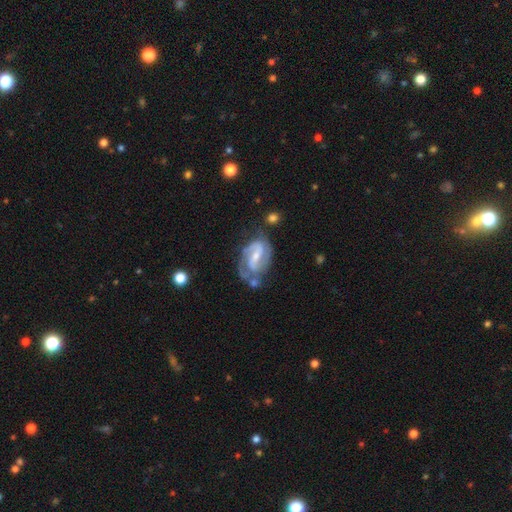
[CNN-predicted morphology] Smooth or featured?
  - featured or disk: 86% *
  - smooth: 9%
  - star or artifact: 5%
Edge-on disk?
  - no: 97% *
  - yes: 3%
Bar?
  - weak: 46% *
  - strong: 38%
  - no: 17%
Spiral arms?
  - yes: 95% *
  - no: 5%
Spiral winding?
  - medium: 50% *
  - tight: 34%
  - loose: 16%
Spiral arm count?
  - 2: 83% *
  - can't tell: 6%
  - 3: 5%
  - 1: 3%
  - 4: 1%
  - more than 4: 1%
Bulge size?
  - small: 55% *
  - moderate: 40%
  - none: 3%
  - large: 2%
  - dominant: 1%
Merging?
  - none: 56% *
  - minor disturbance: 23%
  - major disturbance: 11%
  - merger: 10%